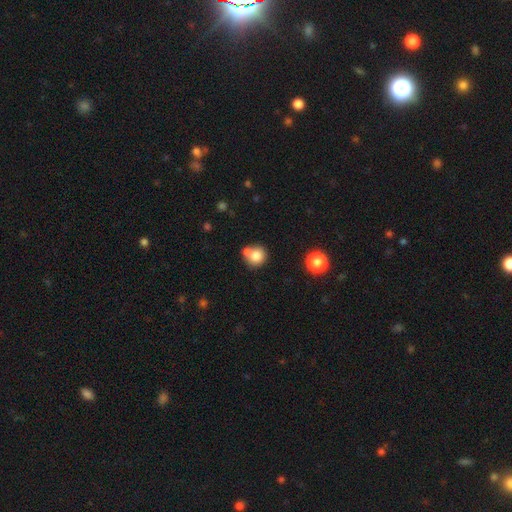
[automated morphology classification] type=smooth (80%); roundness=round (89%); merging=none (54%).